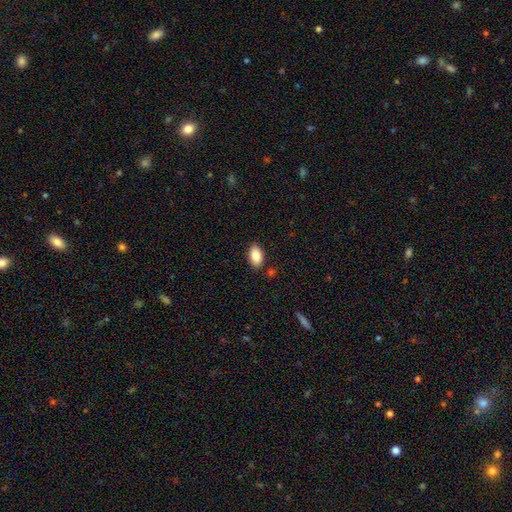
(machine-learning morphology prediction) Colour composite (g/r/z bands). It shows a smooth galaxy with no disk features (84%) that is in between round and cigar-shaped (93%). Merging: none (87%).